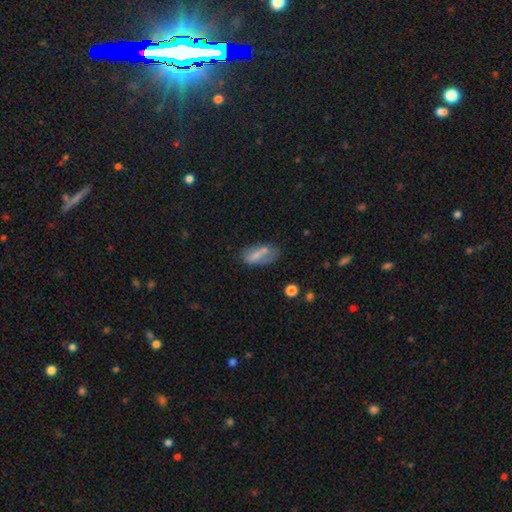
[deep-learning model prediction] A smooth galaxy with no disk features (67%) that is in between round and cigar-shaped (83%).

Vote fractions:
- Smooth or featured? smooth: 67% / featured or disk: 24% / star or artifact: 9%
- How rounded? in between: 83% / cigar-shaped: 14% / round: 4%
- Merging? none: 48% / minor disturbance: 24% / merger: 15% / major disturbance: 12%